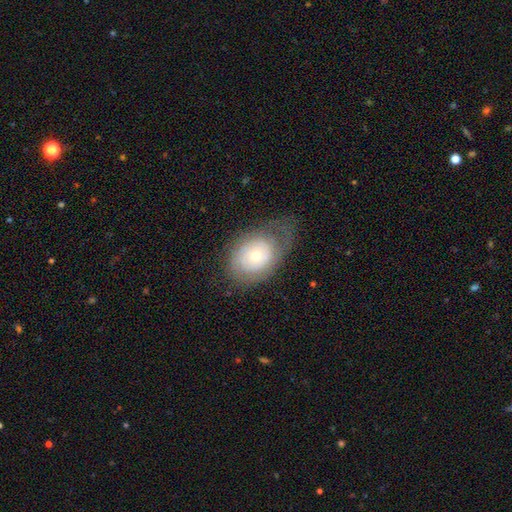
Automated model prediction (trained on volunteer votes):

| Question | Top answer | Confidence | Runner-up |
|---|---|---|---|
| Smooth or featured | featured or disk | 52% | smooth (41%) |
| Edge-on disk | no | 94% | yes (6%) |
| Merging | none | 51% | minor disturbance (27%) |